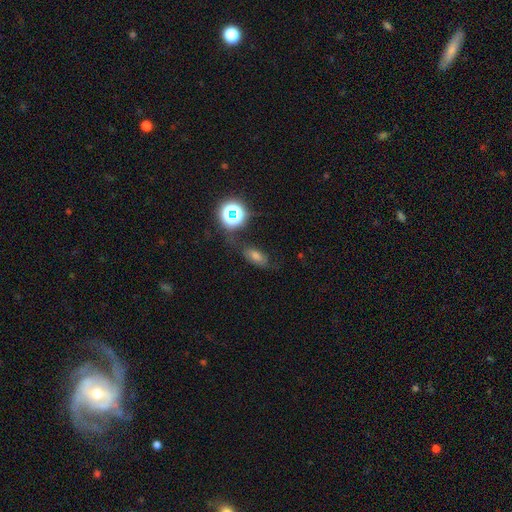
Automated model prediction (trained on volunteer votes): Morphology: type=smooth (51%); roundness=in between (75%); merging=none (70%).